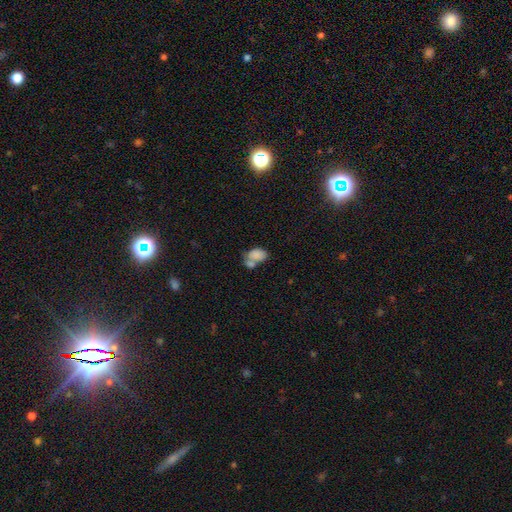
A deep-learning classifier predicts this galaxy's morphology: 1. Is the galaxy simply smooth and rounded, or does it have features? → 78% smooth, 13% featured or disk, 9% star or artifact.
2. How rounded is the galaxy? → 83% in between, 15% round, 1% cigar-shaped.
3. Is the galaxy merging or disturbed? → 54% merger, 25% none, 13% minor disturbance, 8% major disturbance.